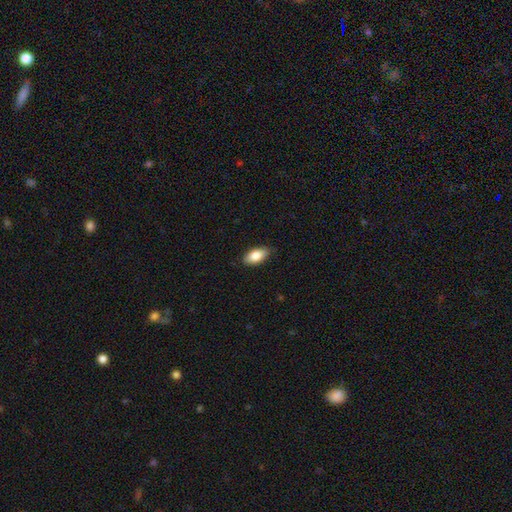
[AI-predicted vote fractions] Overall: smooth (84%). How rounded: in between (91%). Merging: none (87%).